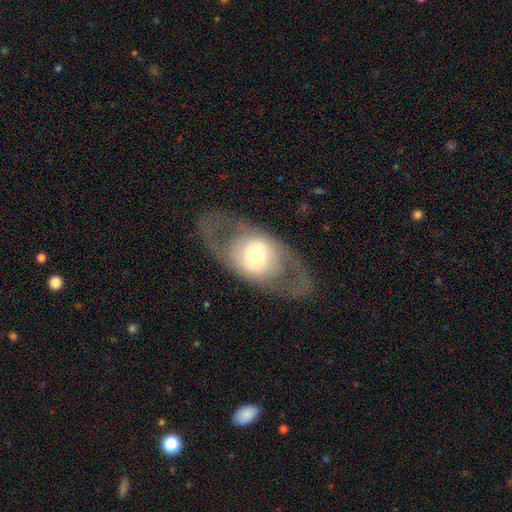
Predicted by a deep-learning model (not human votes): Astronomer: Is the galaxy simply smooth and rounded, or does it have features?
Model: featured or disk — 65%.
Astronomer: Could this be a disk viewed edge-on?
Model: no — 88%.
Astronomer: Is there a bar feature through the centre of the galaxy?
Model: no — 54%.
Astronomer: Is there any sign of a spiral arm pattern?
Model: no — 60% (runner-up: yes, 40%).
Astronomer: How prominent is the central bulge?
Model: moderate — 54%.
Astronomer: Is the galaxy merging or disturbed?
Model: none — 74%.